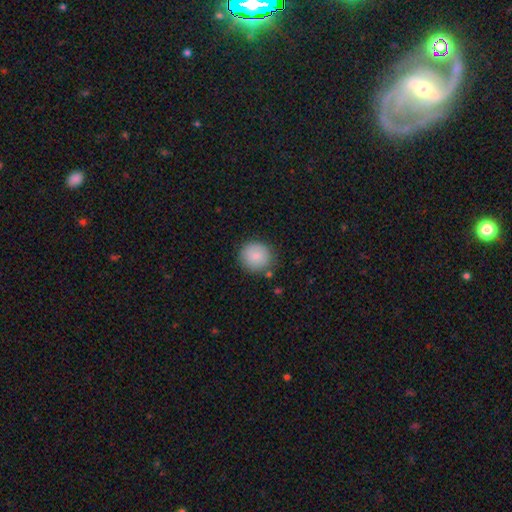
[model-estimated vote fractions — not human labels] Smooth or featured? smooth (85%)
How rounded? round (90%)
Merging? none (83%)